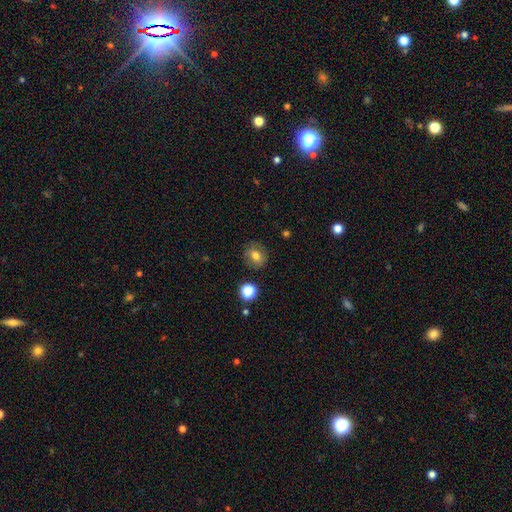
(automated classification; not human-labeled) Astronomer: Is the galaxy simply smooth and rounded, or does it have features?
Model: smooth — 73%.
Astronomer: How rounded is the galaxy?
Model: round — 70%.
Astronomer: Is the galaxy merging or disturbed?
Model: none — 84%.